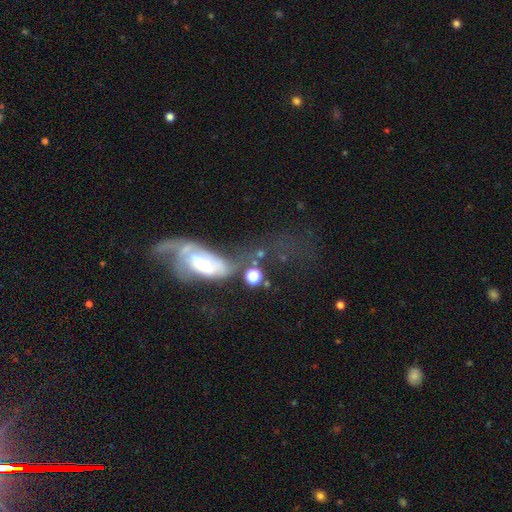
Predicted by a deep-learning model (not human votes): smooth_or_featured: featured or disk (p=0.66) [alt: smooth p=0.22]
disk_edge_on: no (p=0.89) [alt: yes p=0.11]
bar: no (p=0.56) [alt: weak p=0.30]
has_spiral_arms: yes (p=0.64) [alt: no p=0.36]
bulge_size: moderate (p=0.45) [alt: large p=0.24]
merging: major disturbance (p=0.46) [alt: merger p=0.26]